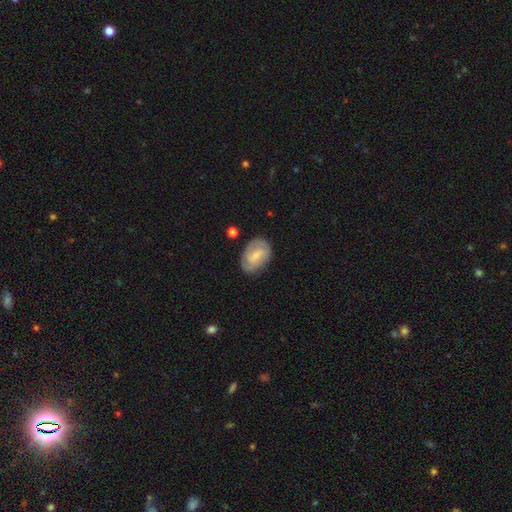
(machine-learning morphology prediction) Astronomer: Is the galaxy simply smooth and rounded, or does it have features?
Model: featured or disk — 65%.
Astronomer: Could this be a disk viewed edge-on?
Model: no — 97%.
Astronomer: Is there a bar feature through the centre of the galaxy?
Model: weak — 50% (runner-up: no, 38%).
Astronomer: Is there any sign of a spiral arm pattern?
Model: yes — 89%.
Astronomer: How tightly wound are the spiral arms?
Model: tight — 49% (runner-up: medium, 38%).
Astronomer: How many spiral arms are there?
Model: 2 — 45% (runner-up: can't tell, 27%).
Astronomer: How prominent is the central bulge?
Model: small — 67%.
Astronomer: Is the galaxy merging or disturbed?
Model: none — 77%.